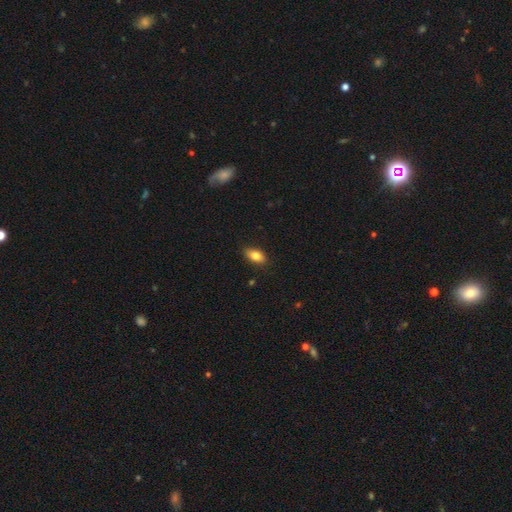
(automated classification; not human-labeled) smooth_or_featured: smooth (p=0.82) [alt: featured or disk p=0.10]
how_rounded: in between (p=0.87) [alt: round p=0.07]
merging: none (p=0.86) [alt: minor disturbance p=0.11]